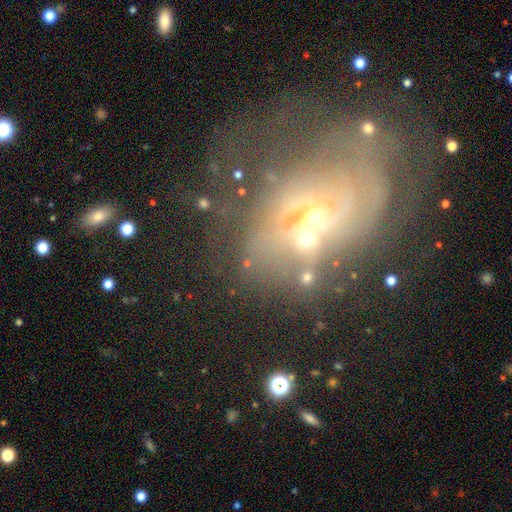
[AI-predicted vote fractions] This is likely a featured or disk galaxy (71%). It is clearly not viewed edge-on (97%). Bar: likely no (74%). Spiral arm pattern: likely yes (71%). Central bulge: likely small (65%). Merging: marginally none (39%).